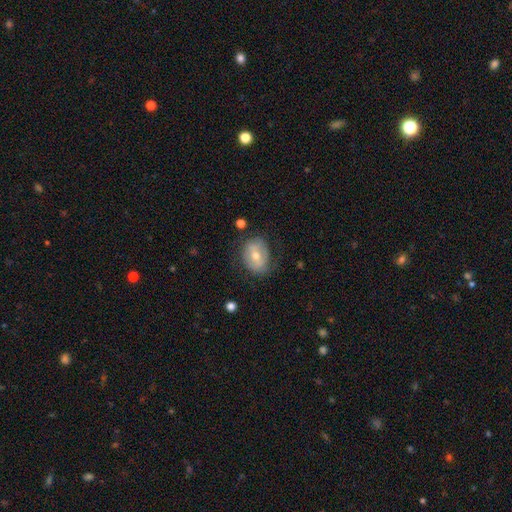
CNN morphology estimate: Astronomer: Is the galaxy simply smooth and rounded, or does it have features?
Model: featured or disk — 46% (runner-up: smooth, 45%).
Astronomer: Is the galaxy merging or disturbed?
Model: none — 70%.